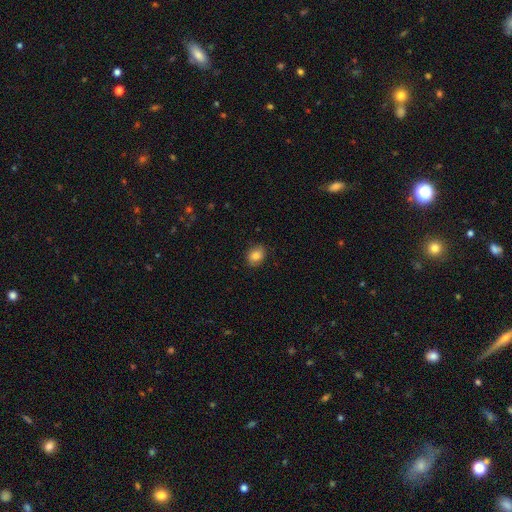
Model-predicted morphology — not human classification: This appears to be a smooth galaxy with no disk features (82%) that is in between round and cigar-shaped (55%). Merging: none (84%).